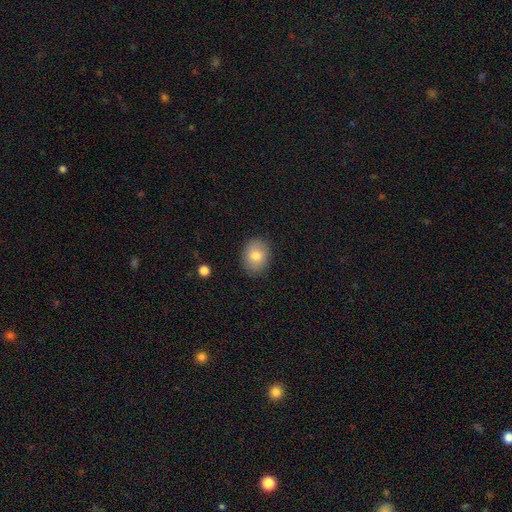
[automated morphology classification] Q: Smooth or featured?
A: smooth (80%); runner-up: featured or disk (12%)
Q: How rounded?
A: in between (57%); runner-up: round (42%)
Q: Merging?
A: none (87%); runner-up: minor disturbance (10%)